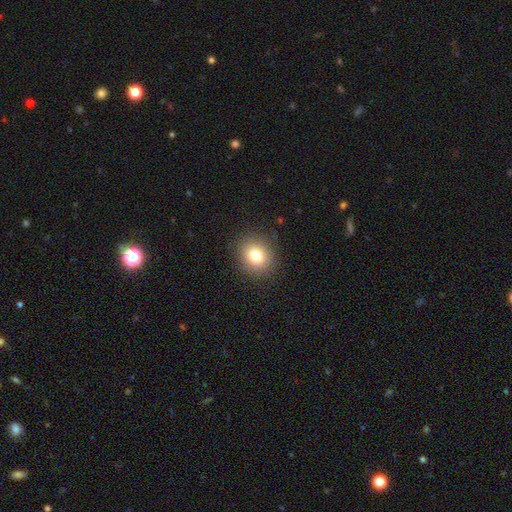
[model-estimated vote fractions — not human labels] Smooth or featured? smooth (79%)
How rounded? round (72%)
Merging? none (88%)